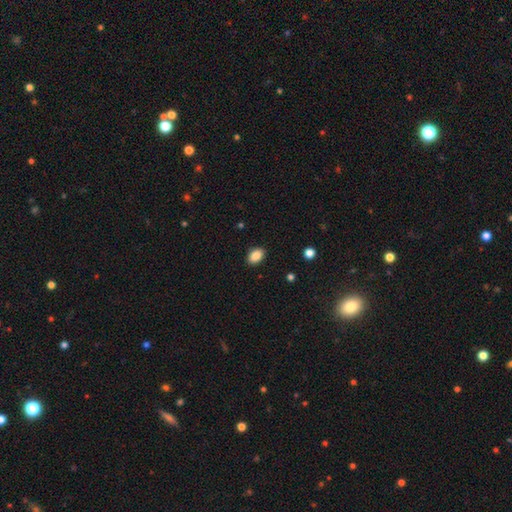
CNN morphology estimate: Smooth or featured: smooth — 88% (star or artifact — 8%)
How rounded: in between — 84% (round — 15%)
Merging: none — 88% (minor disturbance — 9%)